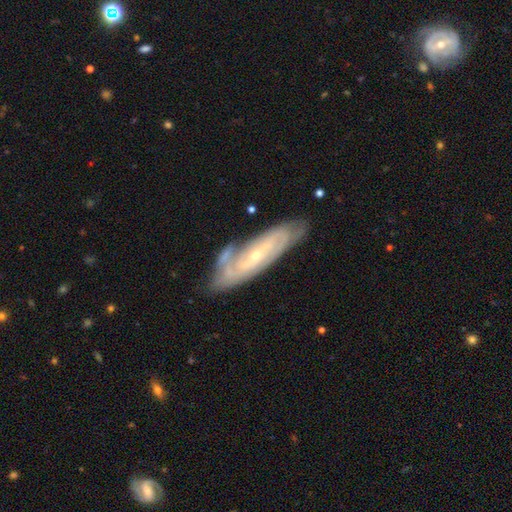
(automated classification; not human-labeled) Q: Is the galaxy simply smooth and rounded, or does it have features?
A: featured or disk — 80%.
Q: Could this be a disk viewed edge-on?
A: no — 82%.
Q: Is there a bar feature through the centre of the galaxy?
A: no — 50%.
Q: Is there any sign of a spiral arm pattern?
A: yes — 87%.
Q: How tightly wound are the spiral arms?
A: tight — 59%.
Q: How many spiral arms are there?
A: can't tell — 43%.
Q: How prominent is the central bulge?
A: small — 75%.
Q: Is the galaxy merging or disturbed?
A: none — 68%.